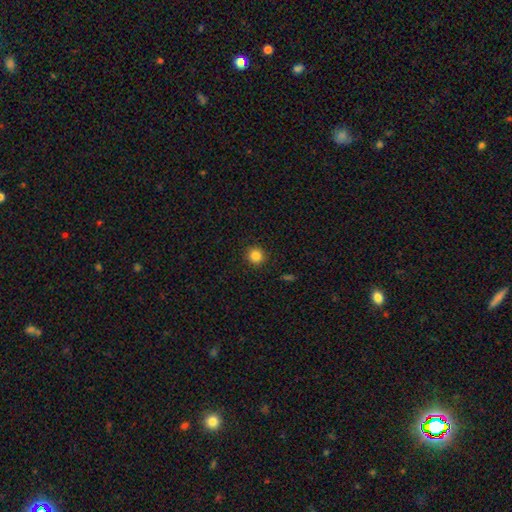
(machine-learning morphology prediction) type=smooth (84%); roundness=round (93%); merging=none (92%).